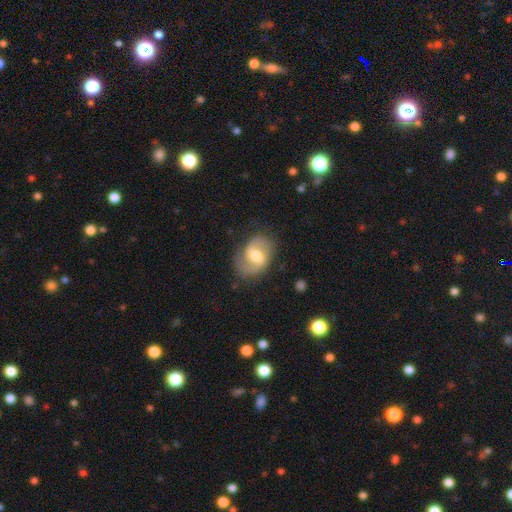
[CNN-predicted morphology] type=featured or disk (71%); edge-on=no (97%); bar=weak (54%); spiral arms=yes (88%); winding=medium (49%); arm count=2 (85%); bulge=moderate (68%); merging=none (73%).